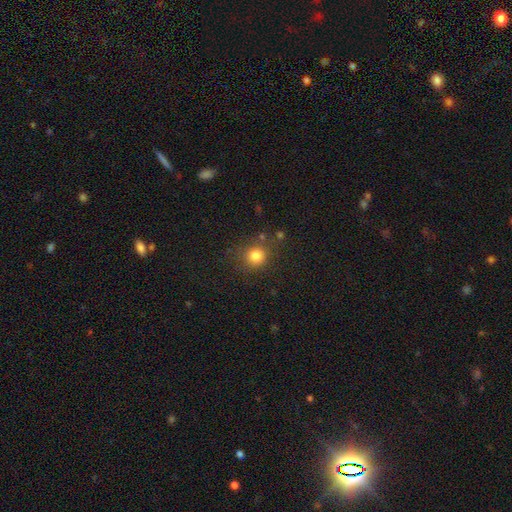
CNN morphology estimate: Q: Smooth or featured?
A: smooth (81%); runner-up: star or artifact (14%)
Q: How rounded?
A: round (89%); runner-up: in between (10%)
Q: Merging?
A: none (80%); runner-up: minor disturbance (11%)